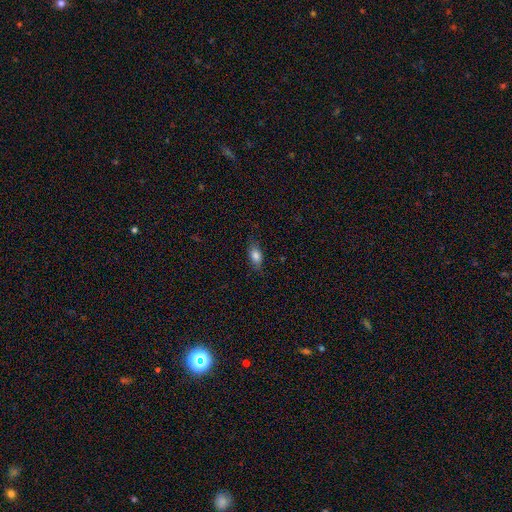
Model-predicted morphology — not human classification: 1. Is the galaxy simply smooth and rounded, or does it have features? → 82% smooth, 10% featured or disk, 8% star or artifact.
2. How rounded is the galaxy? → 83% in between, 9% cigar-shaped, 8% round.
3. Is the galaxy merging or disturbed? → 77% none, 18% minor disturbance, 4% major disturbance, 1% merger.